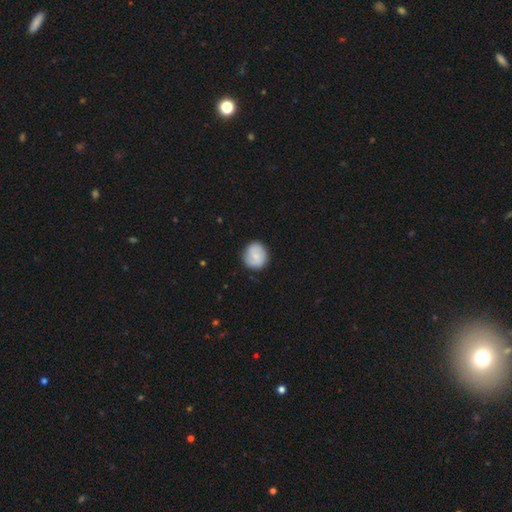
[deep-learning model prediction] Smooth or featured: smooth — 64% (featured or disk — 30%)
How rounded: round — 85% (in between — 14%)
Merging: none — 85% (minor disturbance — 11%)